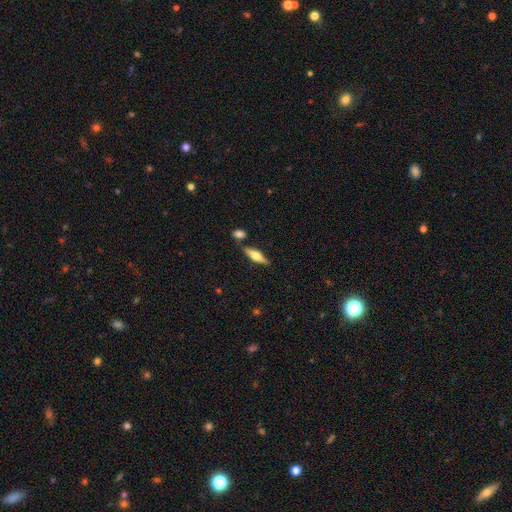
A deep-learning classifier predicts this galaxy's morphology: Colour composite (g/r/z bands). It shows a featured or disk galaxy (52%) viewed edge-on (93%). Merging: none (76%).